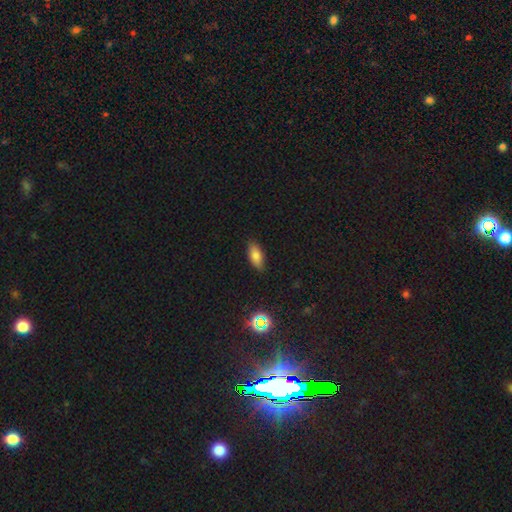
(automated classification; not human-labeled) Morphology: type=smooth (77%); roundness=in between (82%); merging=none (85%).